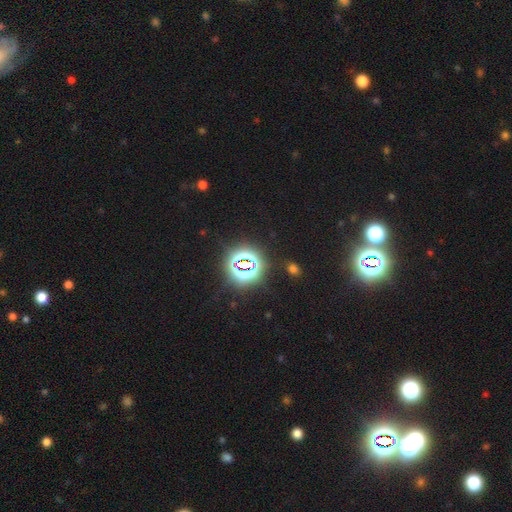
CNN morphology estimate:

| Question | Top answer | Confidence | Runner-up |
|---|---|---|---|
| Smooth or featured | star or artifact | 77% | smooth (16%) |